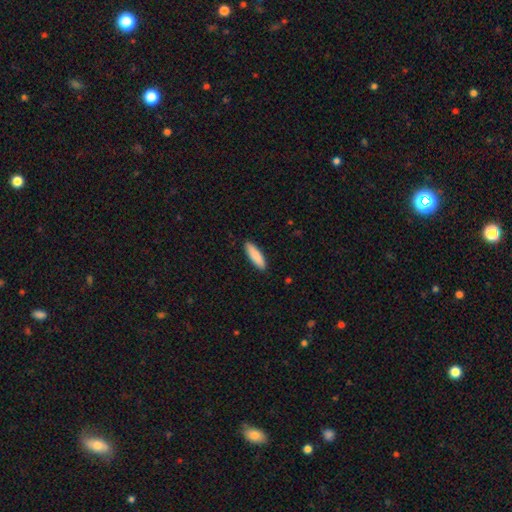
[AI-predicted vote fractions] smooth-or-featured: smooth: 89% | featured or disk: 6% | star or artifact: 5%
  how-rounded: cigar-shaped: 59% | in between: 40% | round: 1%
  merging: none: 90% | minor disturbance: 7% | major disturbance: 1% | merger: 1%